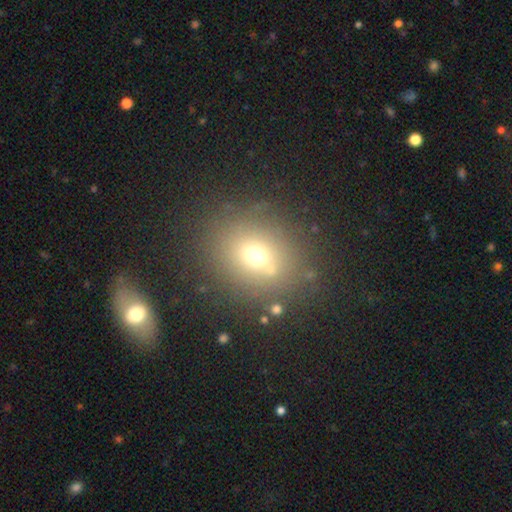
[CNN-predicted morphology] A smooth galaxy with no disk features (65%) that is round (67%).

Vote fractions:
- Smooth or featured? smooth: 65% / star or artifact: 20% / featured or disk: 15%
- How rounded? round: 67% / in between: 32% / cigar-shaped: 1%
- Merging? none: 75% / minor disturbance: 10% / merger: 9% / major disturbance: 5%